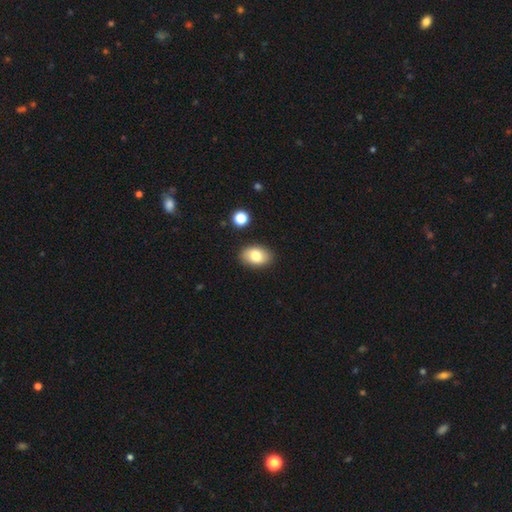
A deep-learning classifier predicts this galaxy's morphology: type=smooth (81%); roundness=in between (87%); merging=none (87%).